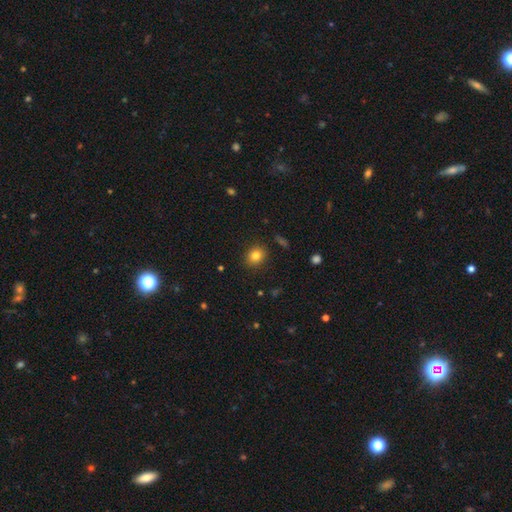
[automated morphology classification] A smooth galaxy with no disk features (82%) that is round (70%).

Vote fractions:
- Smooth or featured? smooth: 82% / star or artifact: 11% / featured or disk: 7%
- How rounded? round: 70% / in between: 29% / cigar-shaped: 1%
- Merging? none: 89% / minor disturbance: 8% / major disturbance: 2% / merger: 1%